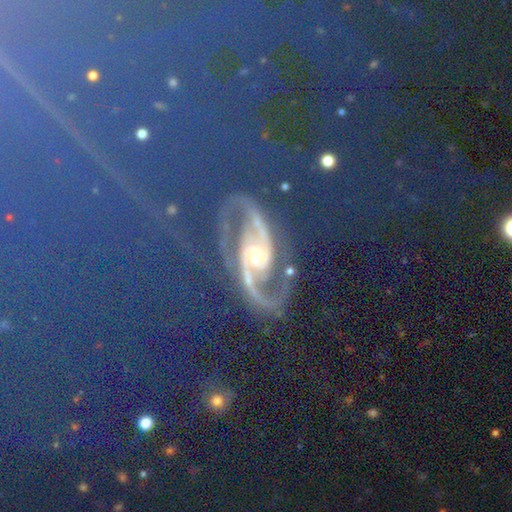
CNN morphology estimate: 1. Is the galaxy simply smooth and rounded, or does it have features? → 63% featured or disk, 25% star or artifact, 12% smooth.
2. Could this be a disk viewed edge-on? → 93% no, 7% yes.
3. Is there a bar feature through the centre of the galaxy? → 59% no, 26% weak, 15% strong.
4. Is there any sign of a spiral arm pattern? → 91% yes, 9% no.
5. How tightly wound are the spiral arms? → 49% medium, 28% loose, 23% tight.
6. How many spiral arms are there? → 91% 2, 2% can't tell, 2% 1, 2% 3, 2% 4, 2% more than 4.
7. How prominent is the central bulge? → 58% moderate, 30% small, 7% large, 3% none, 3% dominant.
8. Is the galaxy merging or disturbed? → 68% none, 16% minor disturbance, 12% major disturbance, 5% merger.